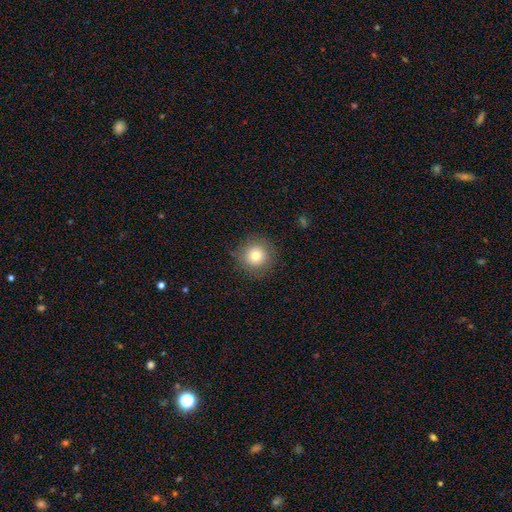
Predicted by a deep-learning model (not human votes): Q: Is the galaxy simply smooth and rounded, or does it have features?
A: smooth — 77%.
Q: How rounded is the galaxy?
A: round — 95%.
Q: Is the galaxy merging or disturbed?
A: none — 87%.